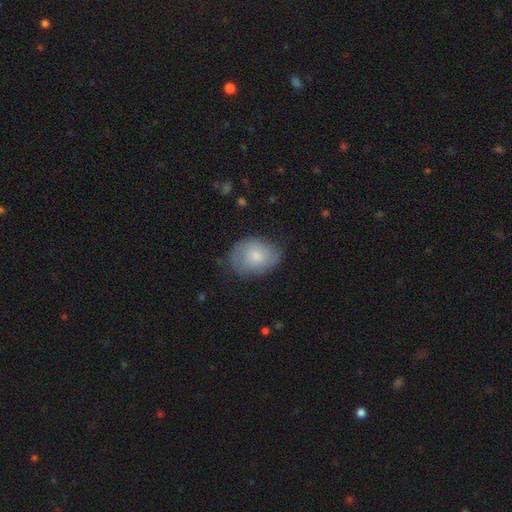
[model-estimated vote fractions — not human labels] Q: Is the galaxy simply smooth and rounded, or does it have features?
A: smooth — 72%.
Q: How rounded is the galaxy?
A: in between — 70%.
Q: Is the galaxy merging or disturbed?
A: none — 66%.